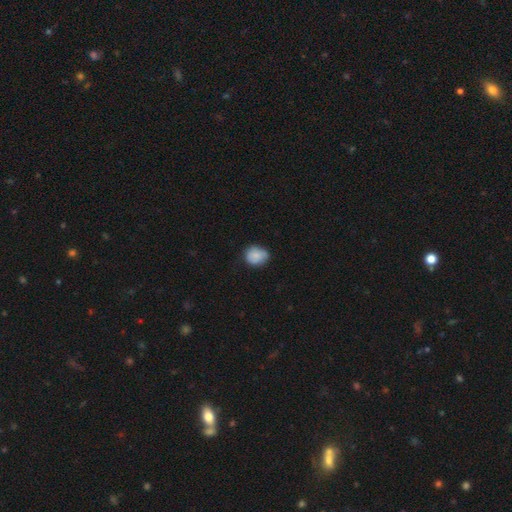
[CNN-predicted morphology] type=smooth (82%); roundness=round (62%); merging=none (68%).